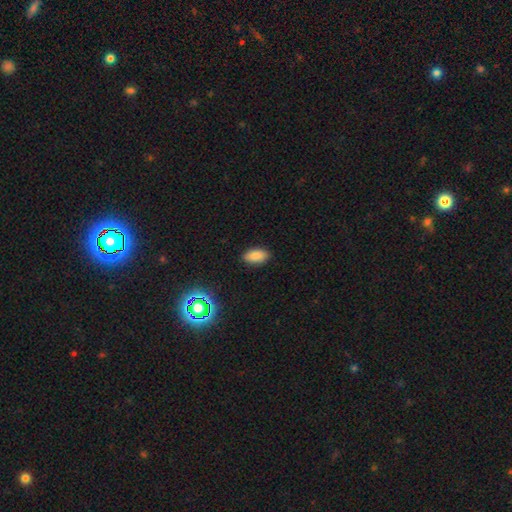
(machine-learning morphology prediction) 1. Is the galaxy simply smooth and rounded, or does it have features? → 85% smooth, 10% star or artifact, 5% featured or disk.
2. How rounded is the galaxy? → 92% in between, 4% cigar-shaped, 4% round.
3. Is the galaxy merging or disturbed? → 88% none, 9% minor disturbance, 2% major disturbance, 1% merger.